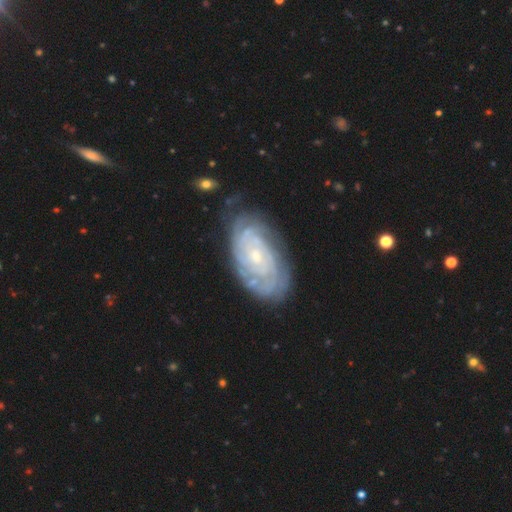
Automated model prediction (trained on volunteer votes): A featured or disk galaxy (85%) with no bar (76%), tight (82%) spiral arms (95%) and a small central bulge (72%). Merging: none (72%).